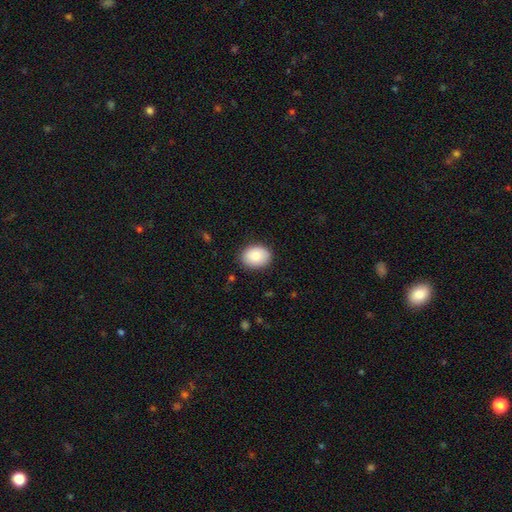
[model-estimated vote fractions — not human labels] Q: Smooth or featured?
A: smooth (87%); runner-up: star or artifact (7%)
Q: How rounded?
A: in between (65%); runner-up: round (34%)
Q: Merging?
A: none (87%); runner-up: minor disturbance (10%)